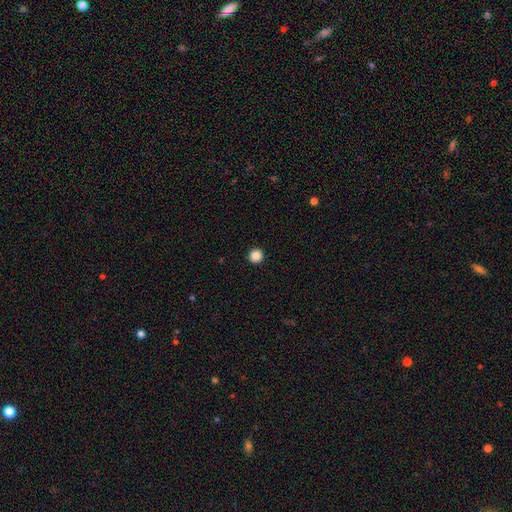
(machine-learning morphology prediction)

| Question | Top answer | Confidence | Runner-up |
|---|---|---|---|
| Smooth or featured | smooth | 87% | star or artifact (10%) |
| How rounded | round | 95% | in between (4%) |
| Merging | none | 94% | minor disturbance (4%) |